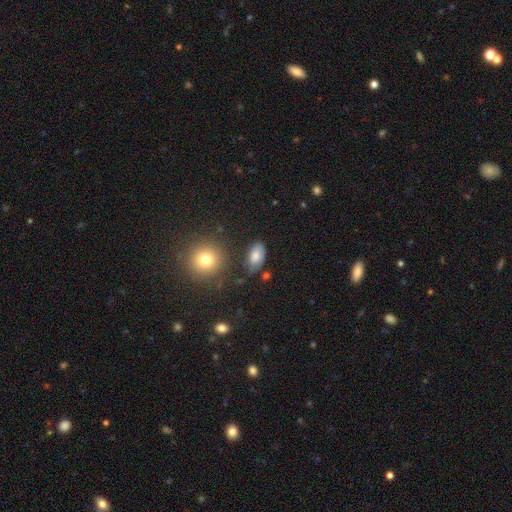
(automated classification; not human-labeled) Morphology: type=smooth (77%); roundness=in between (91%); merging=none (68%).